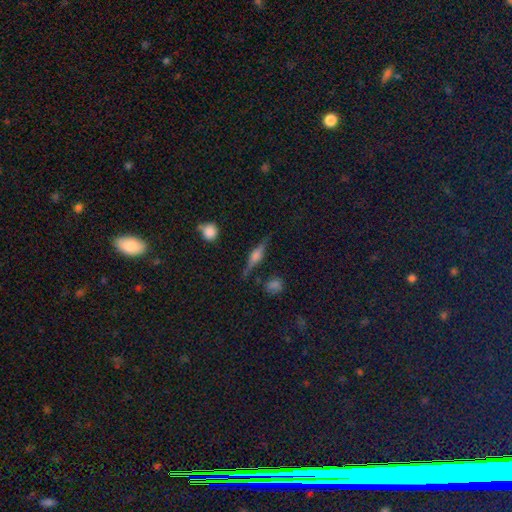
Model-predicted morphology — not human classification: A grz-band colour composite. It shows a featured or disk galaxy (69%) viewed edge-on (96%) with a rounded central bulge (81%). Merging: none (82%).